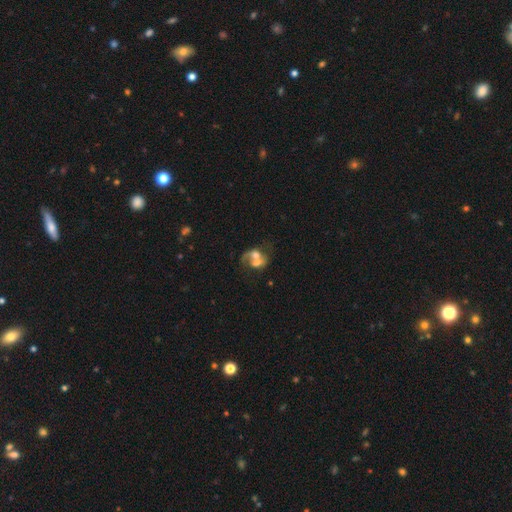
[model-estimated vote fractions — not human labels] Morphology: type=featured or disk (54%); edge-on=no (97%); bar=no (76%); spiral arms=yes (54%); bulge=moderate (46%); merging=merger (70%).